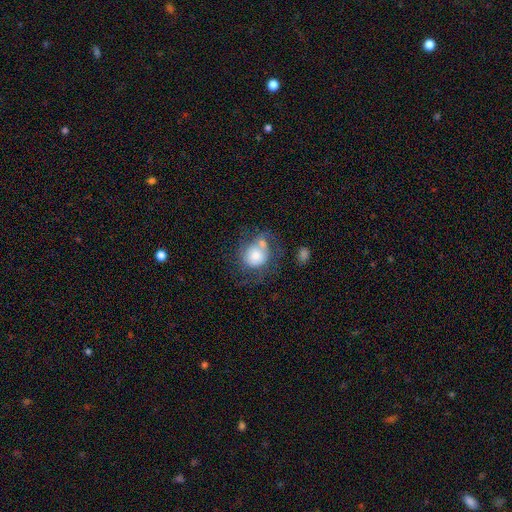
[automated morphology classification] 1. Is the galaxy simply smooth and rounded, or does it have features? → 62% smooth, 29% featured or disk, 9% star or artifact.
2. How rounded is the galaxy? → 72% round, 27% in between, 1% cigar-shaped.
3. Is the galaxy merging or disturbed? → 31% merger (tied), 31% none (tied), 19% major disturbance, 18% minor disturbance.